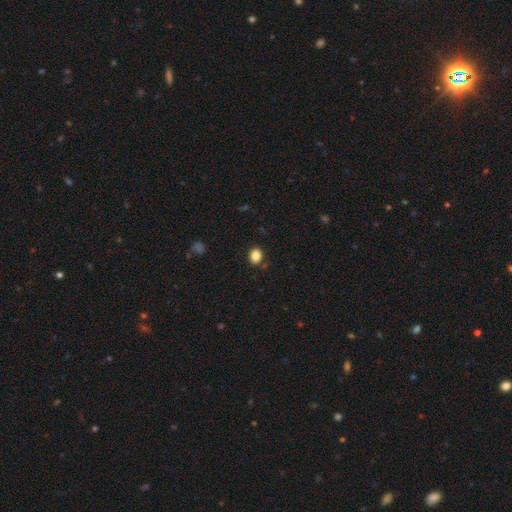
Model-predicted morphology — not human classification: Smooth or featured? Predicted: smooth (p=0.85). How rounded? Predicted: round (p=0.62). Merging? Predicted: none (p=0.86).